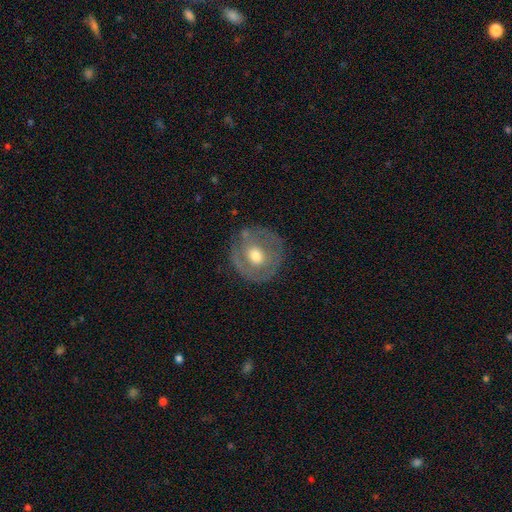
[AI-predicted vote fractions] Q: Smooth or featured?
A: featured or disk (51%); runner-up: smooth (42%)
Q: Edge-on disk?
A: no (95%); runner-up: yes (5%)
Q: Merging?
A: none (72%); runner-up: minor disturbance (18%)